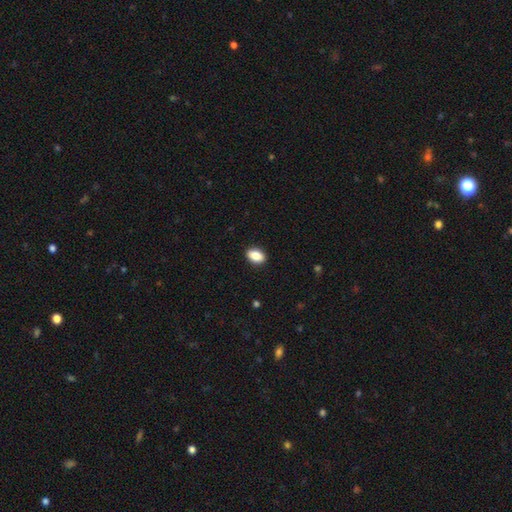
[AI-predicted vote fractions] This appears to be a smooth galaxy with no disk features (86%) that is in between round and cigar-shaped (86%). Merging: none (91%).